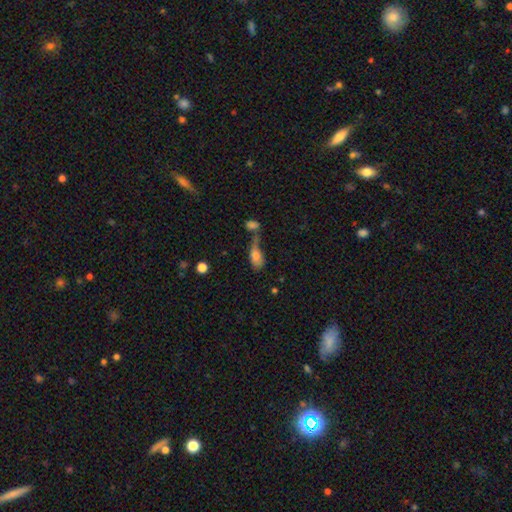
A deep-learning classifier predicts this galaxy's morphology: type=smooth (76%); roundness=in between (85%); merging=merger (42%).